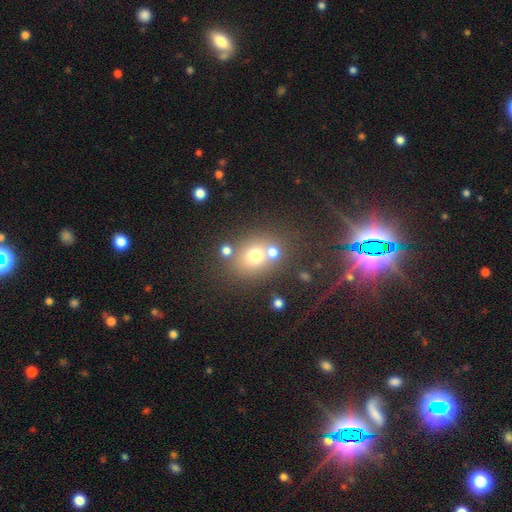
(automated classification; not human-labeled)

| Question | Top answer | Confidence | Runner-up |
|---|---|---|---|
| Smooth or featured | smooth | 69% | star or artifact (16%) |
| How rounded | round | 66% | in between (32%) |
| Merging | none | 54% | merger (31%) |